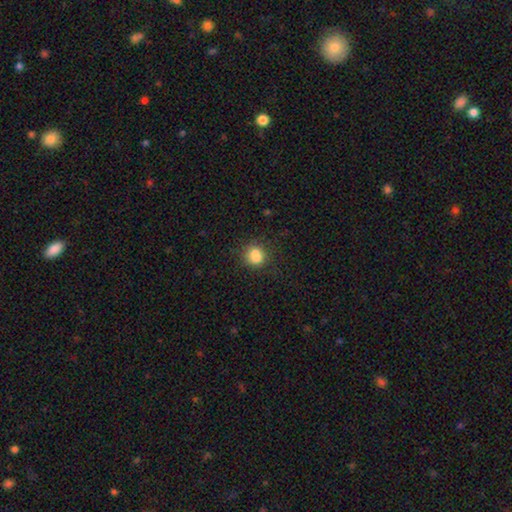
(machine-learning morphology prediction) smooth_or_featured: smooth (p=0.82) [alt: star or artifact p=0.11]
how_rounded: round (p=0.70) [alt: in between p=0.29]
merging: none (p=0.69) [alt: minor disturbance p=0.16]